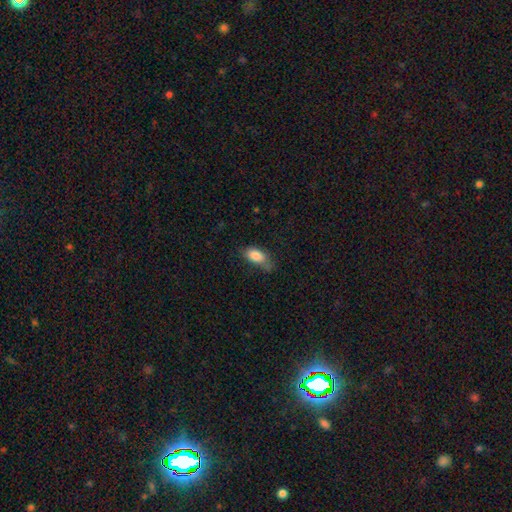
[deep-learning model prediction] The model was most divided on "merging": none: 51%, minor disturbance: 34%, major disturbance: 12%, merger: 2%. More confident: how rounded — in between (89%); smooth or featured — smooth (83%).